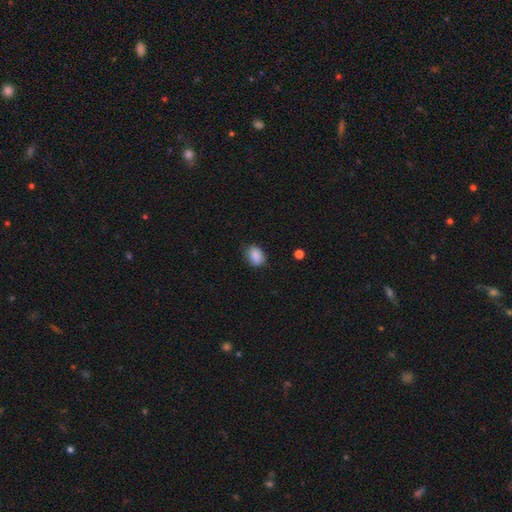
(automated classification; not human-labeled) This appears to be a smooth galaxy with no disk features (88%) that is in between round and cigar-shaped (72%). Merging: none (76%).